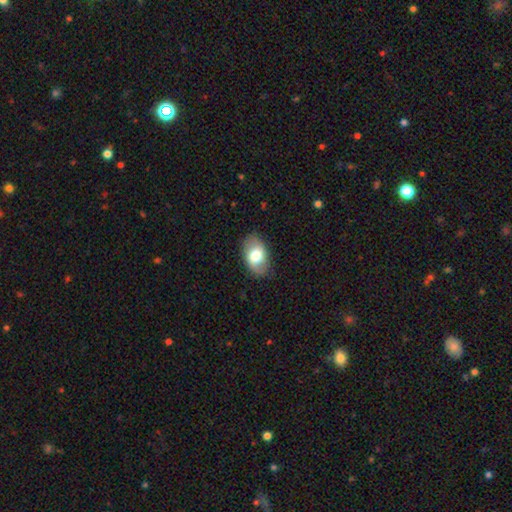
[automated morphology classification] smooth-or-featured: smooth: 65% | featured or disk: 28% | star or artifact: 7%
  how-rounded: in between: 89% | round: 10% | cigar-shaped: 1%
  merging: none: 82% | minor disturbance: 14% | major disturbance: 4% | merger: 1%